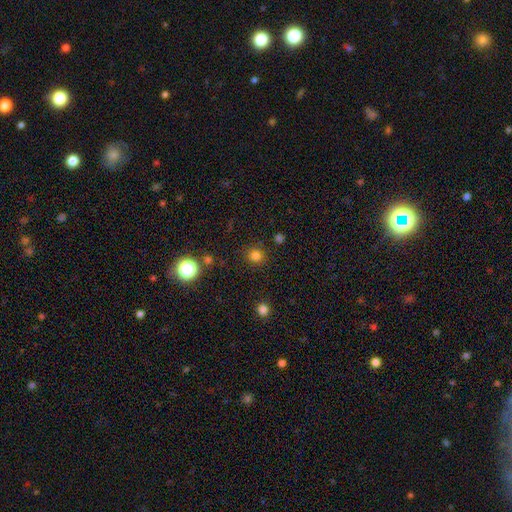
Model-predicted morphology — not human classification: Smooth or featured?
  - smooth: 80% *
  - star or artifact: 16%
  - featured or disk: 4%
How rounded?
  - round: 92% *
  - in between: 7%
  - cigar-shaped: 1%
Merging?
  - none: 89% *
  - minor disturbance: 7%
  - major disturbance: 3%
  - merger: 2%